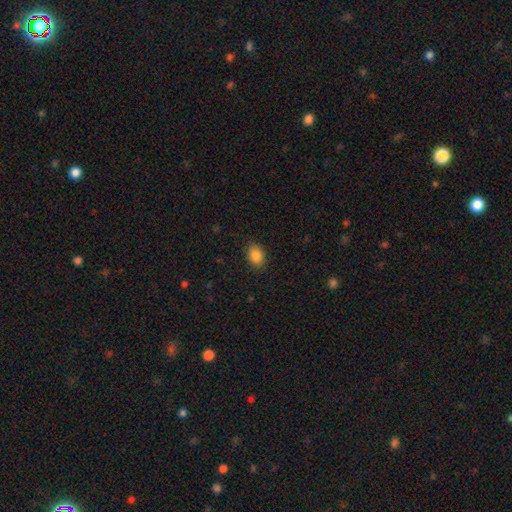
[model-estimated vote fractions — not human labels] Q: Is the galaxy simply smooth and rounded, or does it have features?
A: smooth — 88%.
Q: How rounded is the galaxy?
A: in between — 78%.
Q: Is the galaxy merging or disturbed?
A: none — 85%.